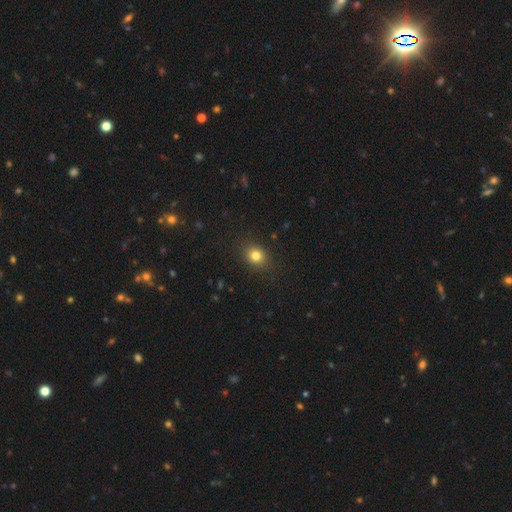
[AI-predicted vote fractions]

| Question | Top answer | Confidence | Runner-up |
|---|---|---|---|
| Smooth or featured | smooth | 80% | star or artifact (12%) |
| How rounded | round | 59% | in between (40%) |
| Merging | none | 87% | minor disturbance (9%) |